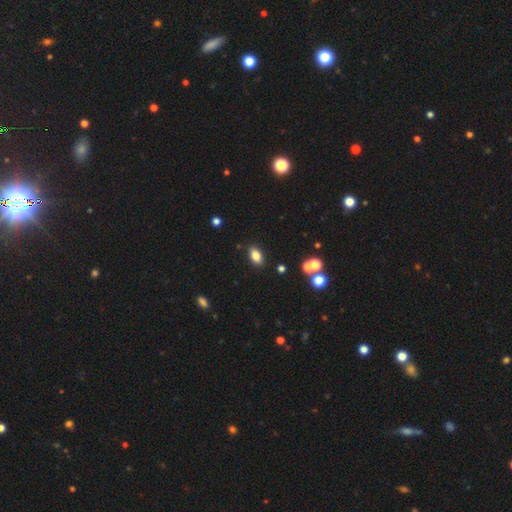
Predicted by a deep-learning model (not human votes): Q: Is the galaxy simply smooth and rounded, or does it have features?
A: smooth — 82%.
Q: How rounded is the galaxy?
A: in between — 88%.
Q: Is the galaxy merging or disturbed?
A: none — 87%.